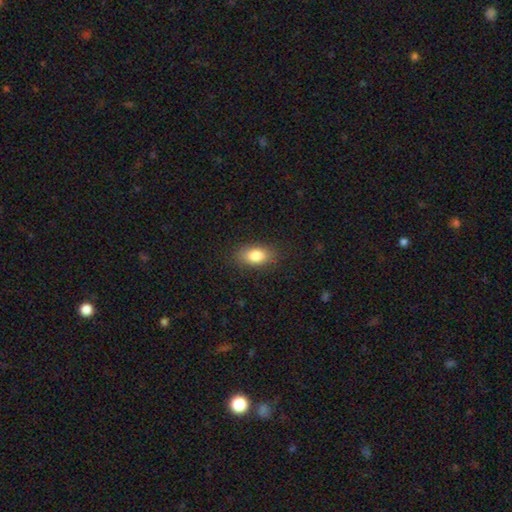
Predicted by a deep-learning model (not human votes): Smooth or featured? Predicted: smooth (p=0.83). How rounded? Predicted: in between (p=0.87). Merging? Predicted: none (p=0.85).